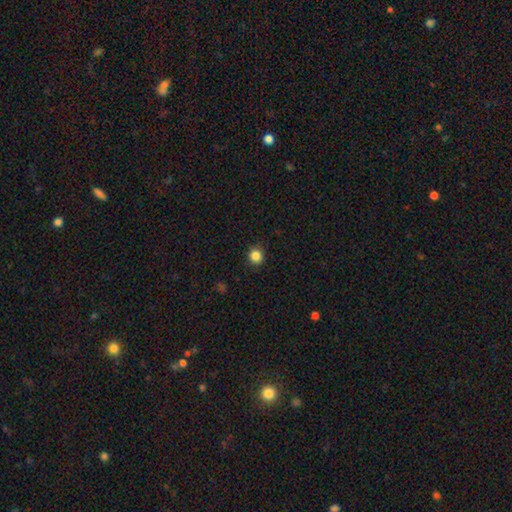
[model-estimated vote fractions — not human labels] The model was most divided on "smooth or featured": smooth: 85%, star or artifact: 12%, featured or disk: 3%. More confident: how rounded — round (91%); merging — none (90%).